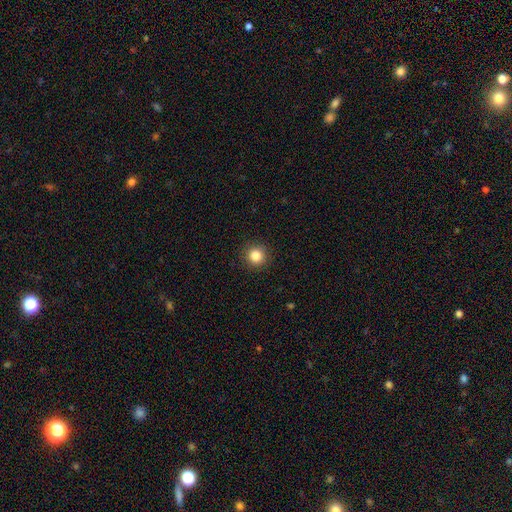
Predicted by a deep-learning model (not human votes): Overall: smooth (85%). How rounded: round (94%). Merging: none (92%).